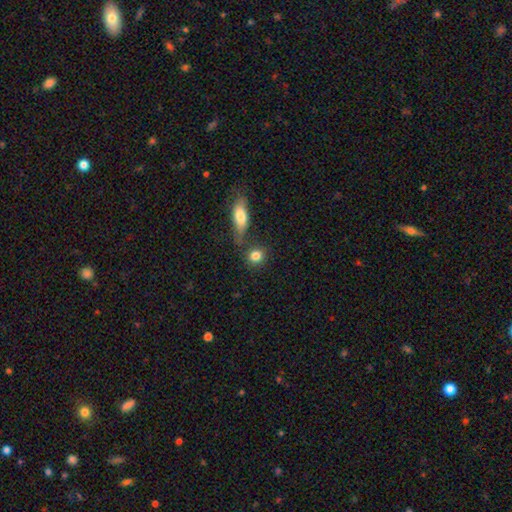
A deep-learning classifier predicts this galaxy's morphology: Overall: smooth (83%). How rounded: round (75%). Merging: none (68%).